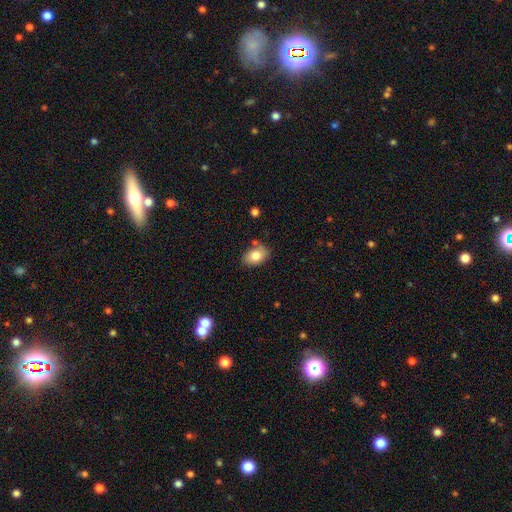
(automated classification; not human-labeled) The model was most divided on "merging": none: 72%, minor disturbance: 18%, merger: 7%, major disturbance: 4%. More confident: how rounded — in between (84%); smooth or featured — smooth (81%).